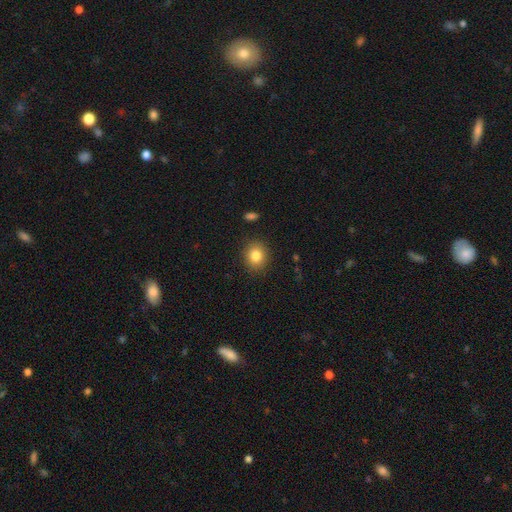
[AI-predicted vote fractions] smooth_or_featured: smooth (p=0.83) [alt: star or artifact p=0.10]
how_rounded: round (p=0.68) [alt: in between p=0.31]
merging: none (p=0.88) [alt: minor disturbance p=0.08]